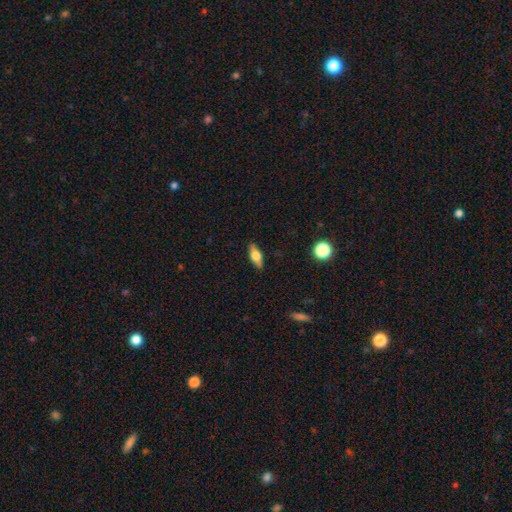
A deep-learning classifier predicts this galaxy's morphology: The model was most divided on "smooth or featured": smooth: 59%, featured or disk: 34%, star or artifact: 8%. More confident: merging — none (88%); how rounded — in between (66%).